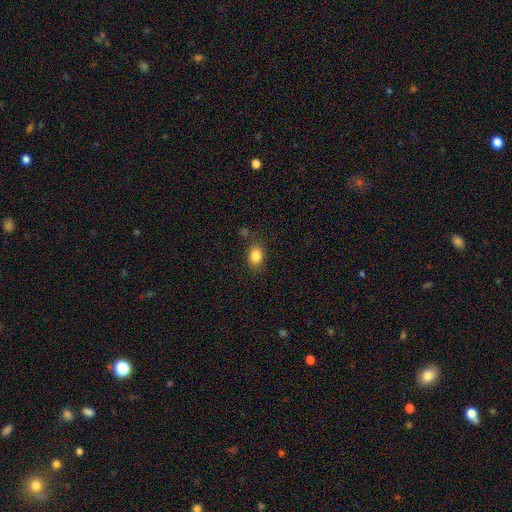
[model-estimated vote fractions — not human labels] A smooth galaxy with no disk features (85%) that is in between round and cigar-shaped (68%).

Vote fractions:
- Smooth or featured? smooth: 85% / star or artifact: 10% / featured or disk: 6%
- How rounded? in between: 68% / round: 31% / cigar-shaped: 1%
- Merging? none: 77% / minor disturbance: 15% / major disturbance: 4% / merger: 4%